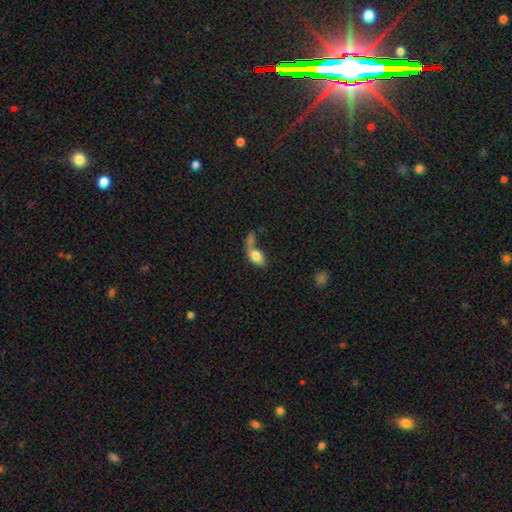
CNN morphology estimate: Smooth or featured: smooth — 73% (featured or disk — 19%)
How rounded: in between — 84% (round — 9%)
Merging: merger — 34% (major disturbance — 26%)